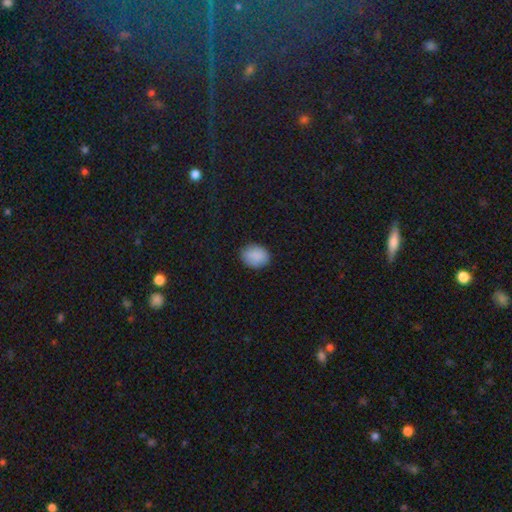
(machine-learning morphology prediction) Smooth or featured? smooth (88%)
How rounded? in between (59%)
Merging? none (85%)